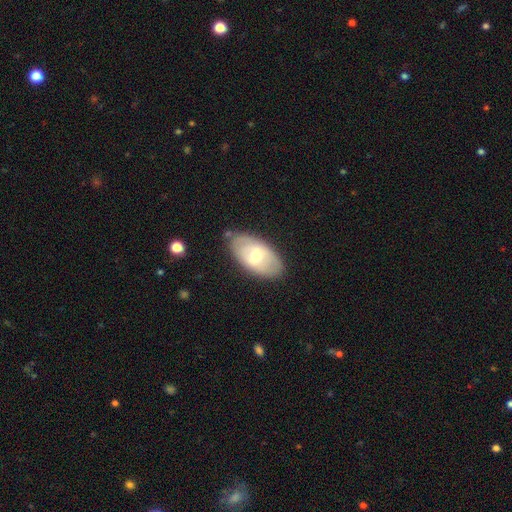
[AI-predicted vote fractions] Morphology: type=smooth (51%); roundness=in between (92%); merging=none (76%).